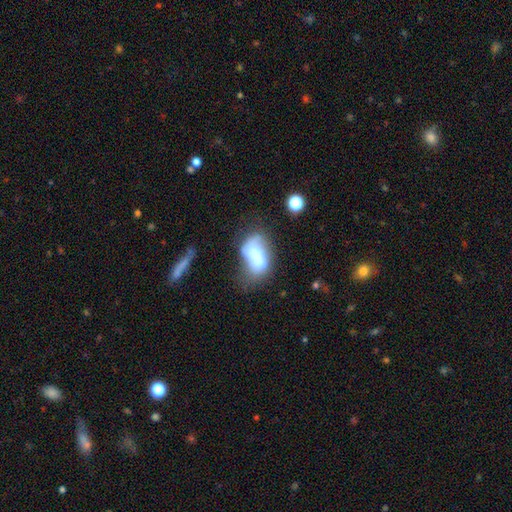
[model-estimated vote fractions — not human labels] Smooth or featured? Predicted: smooth (p=0.60). How rounded? Predicted: in between (p=0.89). Merging? Predicted: minor disturbance (p=0.29, tied with major disturbance).